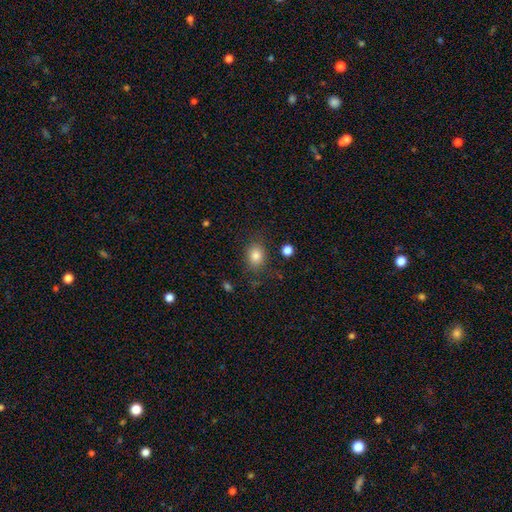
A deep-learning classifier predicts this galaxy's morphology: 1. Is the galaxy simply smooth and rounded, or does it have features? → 83% smooth, 10% star or artifact, 7% featured or disk.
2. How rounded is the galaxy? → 50% round, 49% in between, 1% cigar-shaped.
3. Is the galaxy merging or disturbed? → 79% none, 14% minor disturbance, 5% major disturbance, 3% merger.